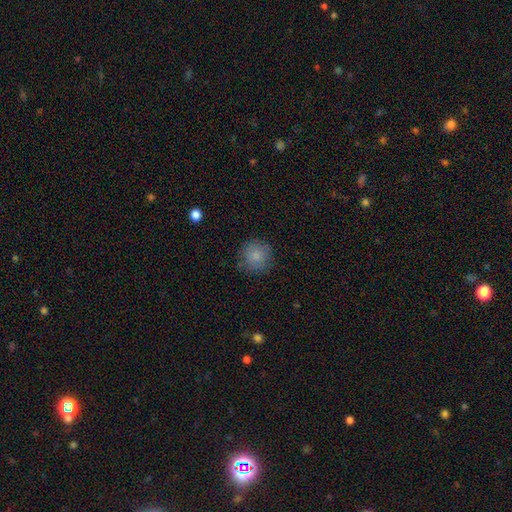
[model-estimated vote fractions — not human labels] Q: Smooth or featured?
A: smooth (83%); runner-up: featured or disk (9%)
Q: How rounded?
A: round (92%); runner-up: in between (7%)
Q: Merging?
A: none (81%); runner-up: minor disturbance (14%)